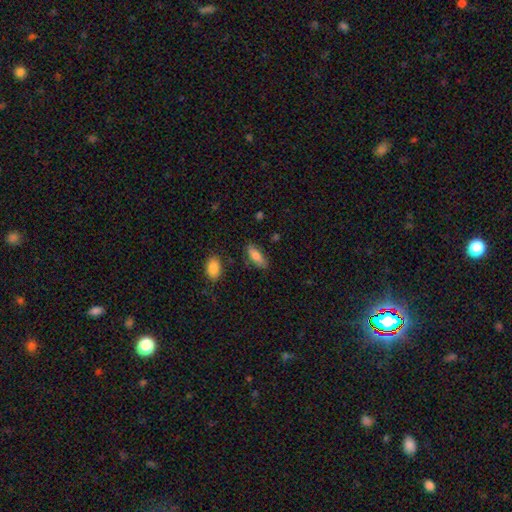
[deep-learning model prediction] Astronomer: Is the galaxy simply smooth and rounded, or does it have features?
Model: smooth — 76%.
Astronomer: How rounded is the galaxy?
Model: in between — 74%.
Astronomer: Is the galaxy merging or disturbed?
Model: none — 76%.